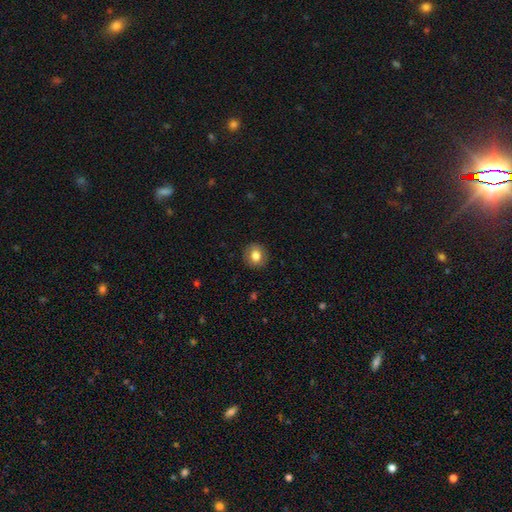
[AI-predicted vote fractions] Smooth or featured? Predicted: smooth (p=0.81). How rounded? Predicted: round (p=0.84). Merging? Predicted: none (p=0.90).